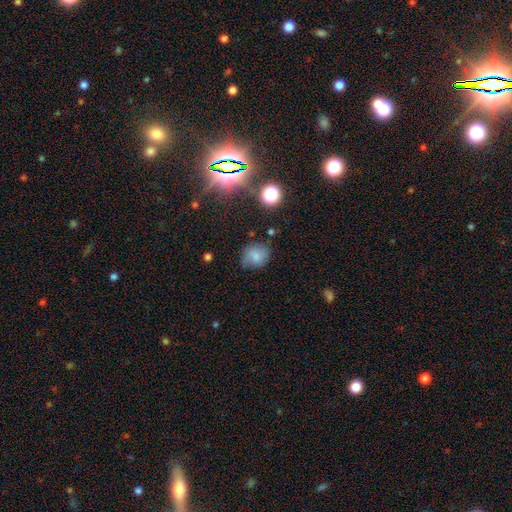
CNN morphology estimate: Smooth or featured: smooth — 74% (star or artifact — 13%)
How rounded: round — 65% (in between — 33%)
Merging: none — 69% (minor disturbance — 22%)